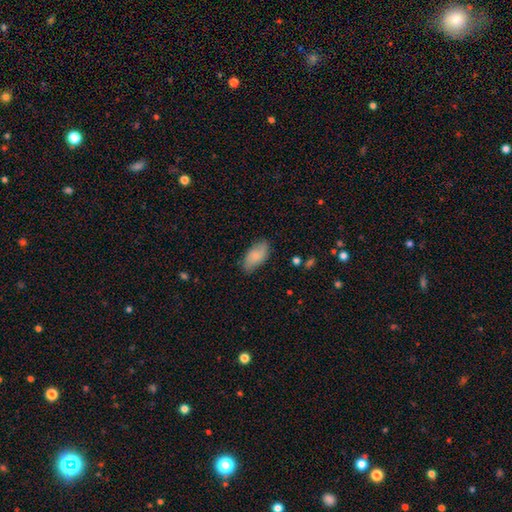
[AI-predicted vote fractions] smooth 77%, featured or disk 16%, star or artifact 7%. Down the decision tree: how rounded — in between (93%); merging — none (77%).